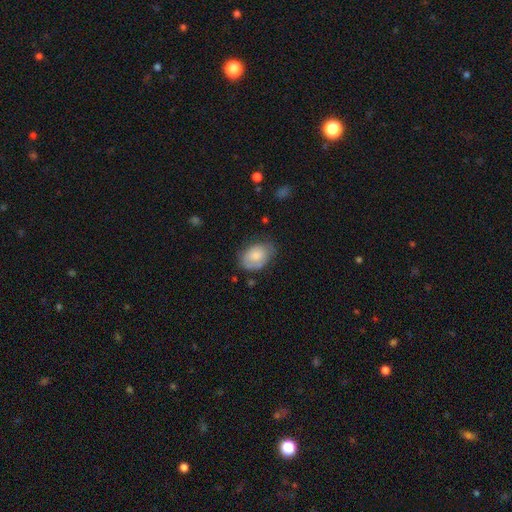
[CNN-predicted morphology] Smooth or featured? Predicted: smooth (p=0.76). How rounded? Predicted: in between (p=0.84). Merging? Predicted: none (p=0.62).